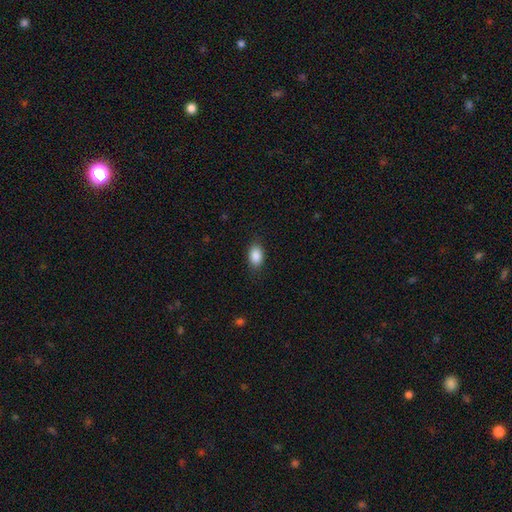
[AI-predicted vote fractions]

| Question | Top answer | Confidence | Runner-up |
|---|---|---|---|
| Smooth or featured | smooth | 89% | star or artifact (7%) |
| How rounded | in between | 88% | round (10%) |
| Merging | none | 85% | minor disturbance (11%) |